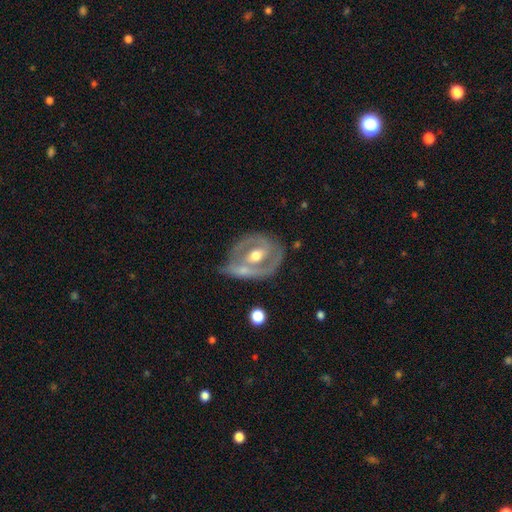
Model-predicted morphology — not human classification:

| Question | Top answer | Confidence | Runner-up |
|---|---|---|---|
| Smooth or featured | featured or disk | 74% | smooth (21%) |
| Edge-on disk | no | 95% | yes (5%) |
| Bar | no | 42% | weak (36%) |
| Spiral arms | yes | 55% | no (45%) |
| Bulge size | moderate | 76% | small (12%) |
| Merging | none | 52% | minor disturbance (20%) |